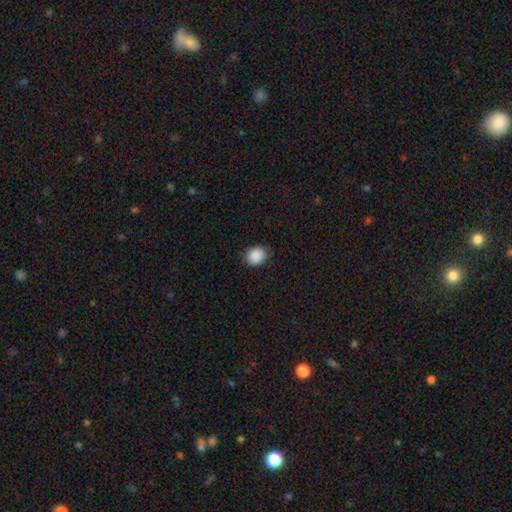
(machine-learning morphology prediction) Overall: smooth (89%). How rounded: round (59%; in between 40%). Merging: none (86%).